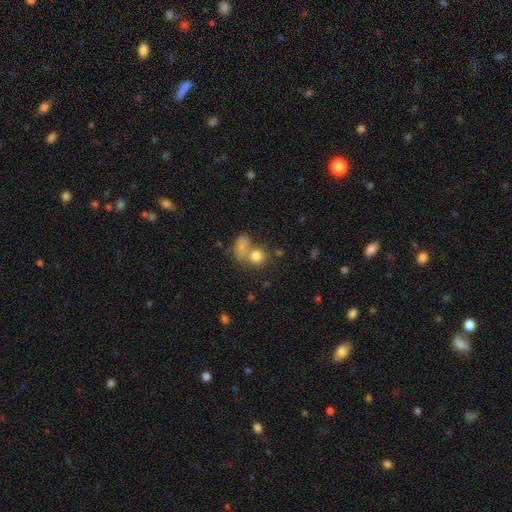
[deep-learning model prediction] smooth 79%, featured or disk 11%, star or artifact 11%. Down the decision tree: how rounded — round (69%); merging — merger (46%).